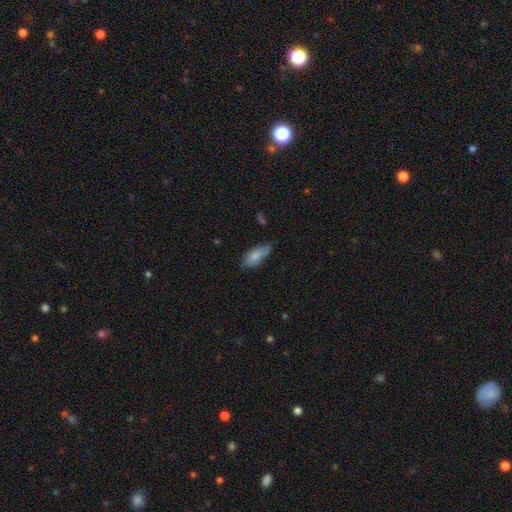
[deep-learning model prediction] This is clearly a smooth galaxy (81%). How rounded: clearly in between (83%). Merging: possibly none (60%).